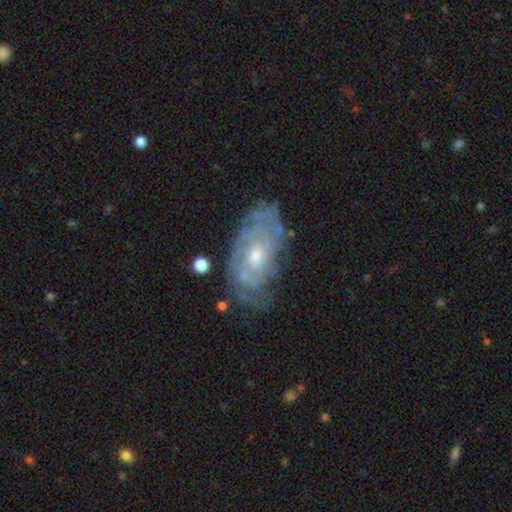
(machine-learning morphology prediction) This is clearly a featured or disk galaxy (81%). It is clearly not viewed edge-on (94%). Bar: likely no (74%). Spiral arm pattern: clearly yes (89%). Spiral arm count: possibly can't tell (51%). Spiral winding: likely tight (69%). Central bulge: possibly moderate (53%). Merging: likely none (71%).